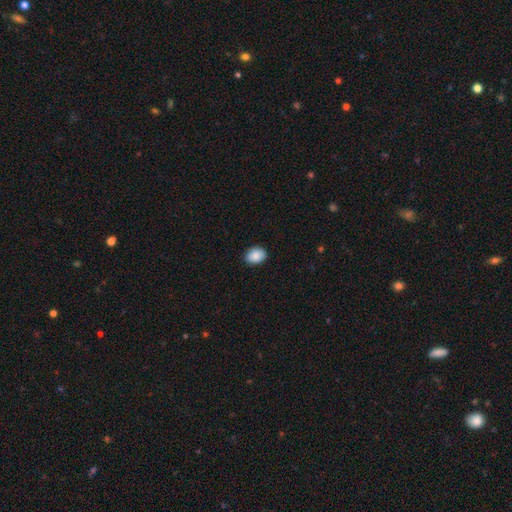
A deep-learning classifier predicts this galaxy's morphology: This appears to be a smooth galaxy with no disk features (88%) that is in between round and cigar-shaped (67%). Merging: none (87%).